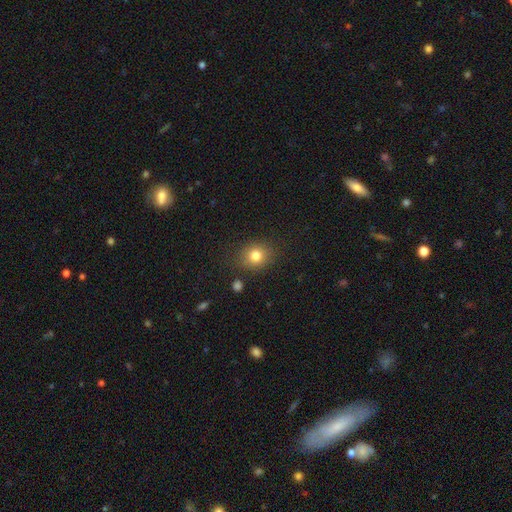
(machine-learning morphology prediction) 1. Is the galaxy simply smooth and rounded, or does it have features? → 80% smooth, 12% star or artifact, 8% featured or disk.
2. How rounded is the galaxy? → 67% round, 32% in between, 1% cigar-shaped.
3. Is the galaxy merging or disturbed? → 81% none, 12% minor disturbance, 4% major disturbance, 3% merger.